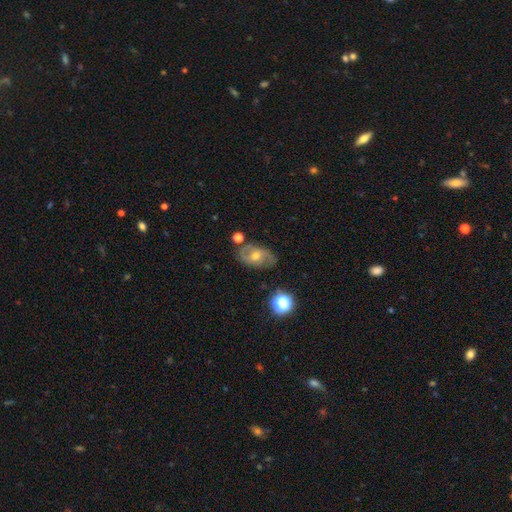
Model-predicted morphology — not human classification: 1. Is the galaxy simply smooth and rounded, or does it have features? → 64% featured or disk, 24% smooth, 11% star or artifact.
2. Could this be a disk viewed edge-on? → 94% no, 6% yes.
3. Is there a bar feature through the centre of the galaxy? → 52% no, 37% weak, 11% strong.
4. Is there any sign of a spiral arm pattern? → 82% yes, 18% no.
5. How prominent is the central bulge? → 59% moderate, 36% small, 2% large, 1% none, 1% dominant.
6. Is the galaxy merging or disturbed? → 73% none, 17% minor disturbance, 5% major disturbance, 4% merger.